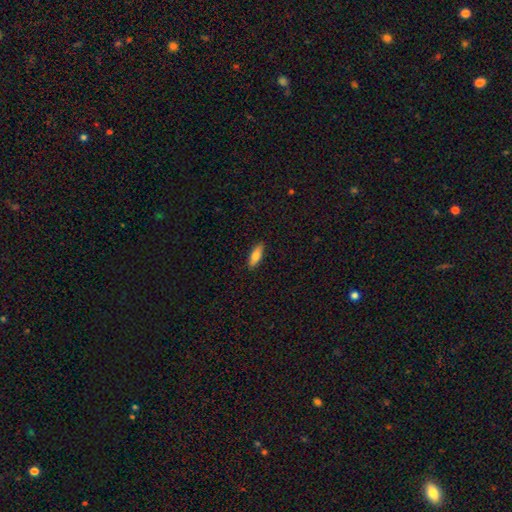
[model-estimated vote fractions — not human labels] A smooth galaxy with no disk features (76%) that is in between round and cigar-shaped (60%). Merging: none (89%).